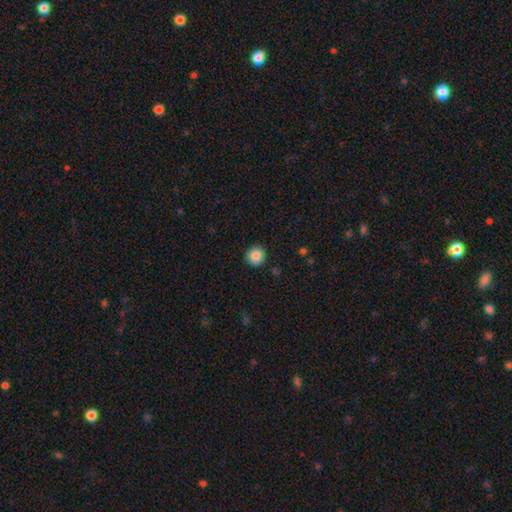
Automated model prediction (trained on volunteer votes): smooth-or-featured: smooth: 86% | star or artifact: 9% | featured or disk: 5%
  how-rounded: round: 93% | in between: 6% | cigar-shaped: 1%
  merging: none: 91% | minor disturbance: 6% | major disturbance: 2% | merger: 1%